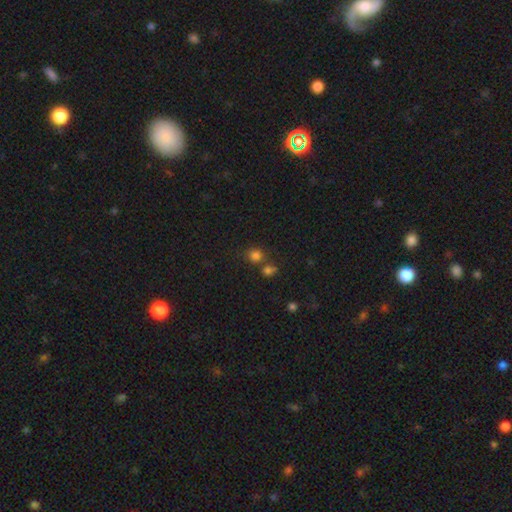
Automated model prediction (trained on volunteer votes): smooth 77%, star or artifact 16%, featured or disk 6%. Down the decision tree: how rounded — round (80%); merging — none (60%).